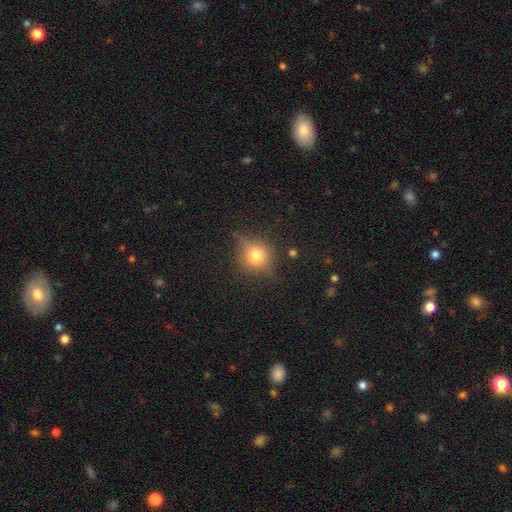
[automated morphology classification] Q: Smooth or featured?
A: smooth (63%); runner-up: featured or disk (23%)
Q: How rounded?
A: round (80%); runner-up: in between (17%)
Q: Merging?
A: none (68%); runner-up: minor disturbance (22%)